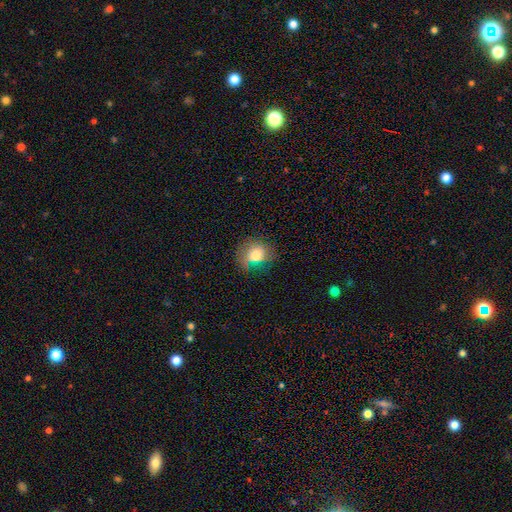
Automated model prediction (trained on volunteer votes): Morphology: type=smooth (73%); roundness=round (67%); merging=none (66%).